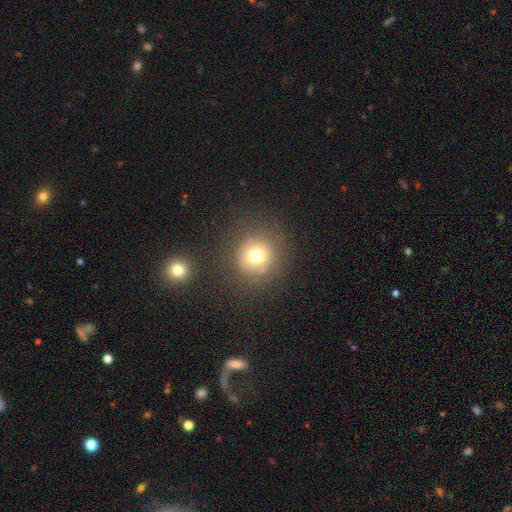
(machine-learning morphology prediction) Smooth or featured?
  - smooth: 71% *
  - star or artifact: 16%
  - featured or disk: 13%
How rounded?
  - round: 92% *
  - in between: 7%
  - cigar-shaped: 1%
Merging?
  - none: 80% *
  - minor disturbance: 10%
  - major disturbance: 5%
  - merger: 5%